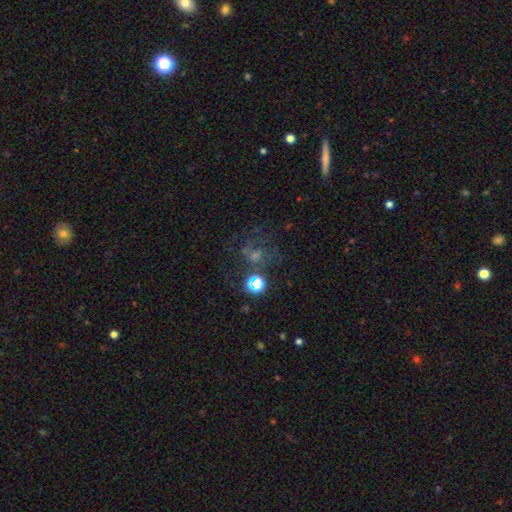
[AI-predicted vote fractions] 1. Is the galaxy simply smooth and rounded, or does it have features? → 36% featured or disk (tied), 36% star or artifact (tied), 27% smooth.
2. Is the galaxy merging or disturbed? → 57% none, 19% major disturbance, 15% minor disturbance, 9% merger.